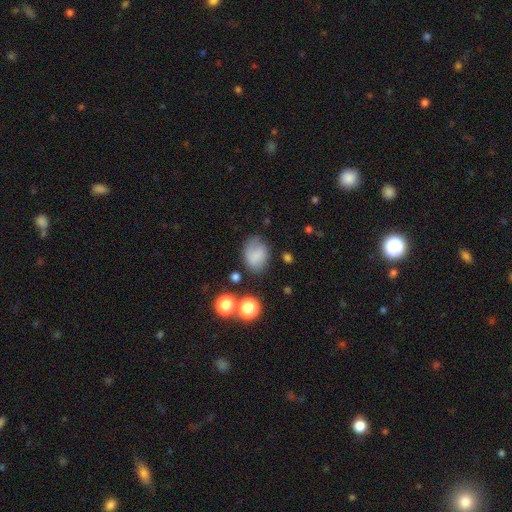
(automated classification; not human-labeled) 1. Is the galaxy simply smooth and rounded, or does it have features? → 73% smooth, 15% featured or disk, 12% star or artifact.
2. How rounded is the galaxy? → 63% in between, 36% round, 1% cigar-shaped.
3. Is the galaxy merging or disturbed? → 59% none, 26% minor disturbance, 12% major disturbance, 4% merger.